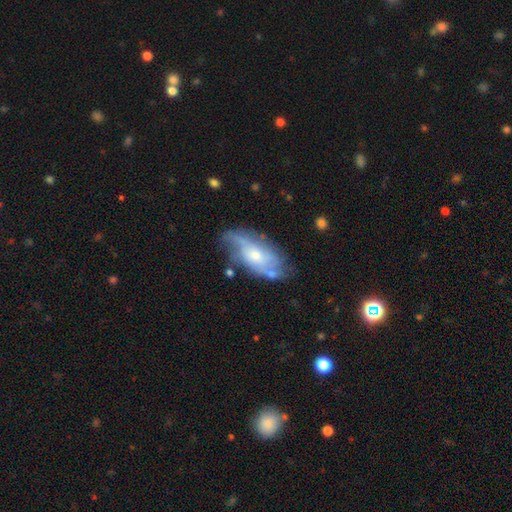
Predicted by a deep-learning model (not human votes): Morphology: type=featured or disk (73%); edge-on=no (92%); bar=no (70%); spiral arms=yes (85%); winding=medium (38%); arm count=2 (41%); bulge=small (57%); merging=none (55%).